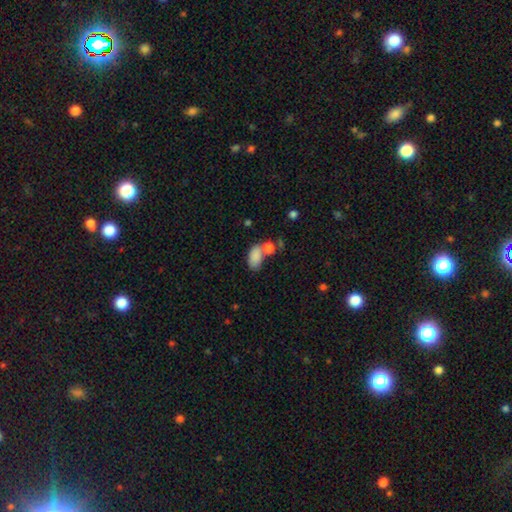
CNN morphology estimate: Smooth or featured?
  - smooth: 83% *
  - star or artifact: 9%
  - featured or disk: 8%
How rounded?
  - in between: 91% *
  - round: 7%
  - cigar-shaped: 2%
Merging?
  - none: 42% *
  - merger: 33%
  - minor disturbance: 17%
  - major disturbance: 8%